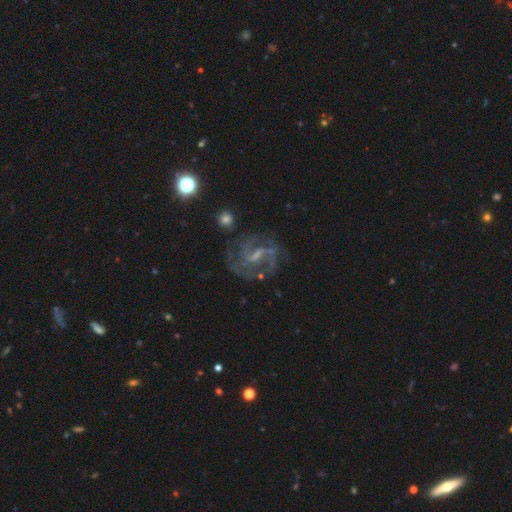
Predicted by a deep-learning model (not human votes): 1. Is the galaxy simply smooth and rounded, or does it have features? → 84% featured or disk, 9% star or artifact, 7% smooth.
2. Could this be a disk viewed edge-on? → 97% no, 3% yes.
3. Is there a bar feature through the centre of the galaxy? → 53% weak, 29% strong, 18% no.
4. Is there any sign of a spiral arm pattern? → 94% yes, 6% no.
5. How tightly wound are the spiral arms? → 53% medium, 27% tight, 20% loose.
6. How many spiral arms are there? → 48% 2, 21% 3, 16% can't tell, 6% 4, 5% 1, 4% more than 4.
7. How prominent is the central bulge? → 46% small, 32% none, 19% moderate, 2% large, 1% dominant.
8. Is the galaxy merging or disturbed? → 66% none, 17% minor disturbance, 14% major disturbance, 3% merger.